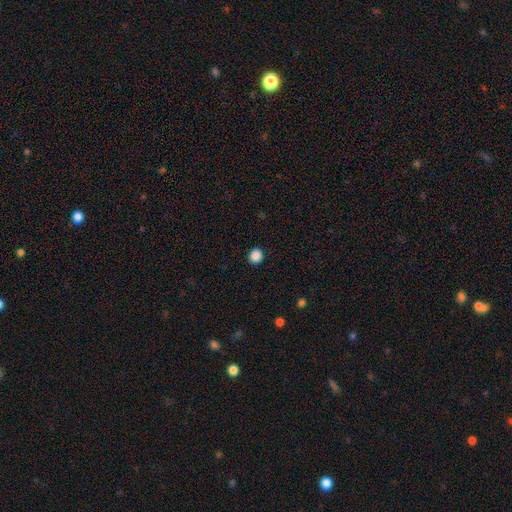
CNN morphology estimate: Smooth or featured? Predicted: smooth (p=0.88). How rounded? Predicted: round (p=0.86). Merging? Predicted: none (p=0.91).